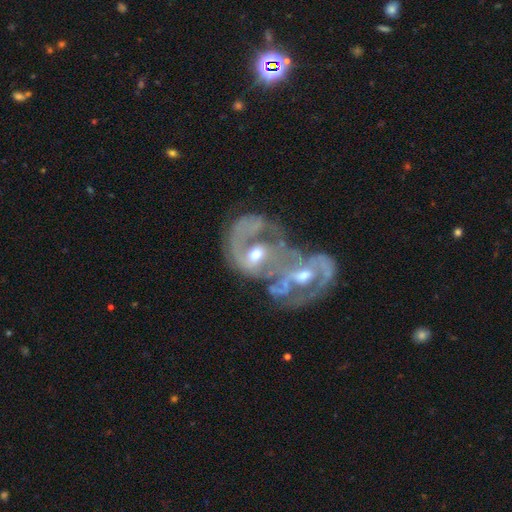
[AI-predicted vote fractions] This appears to be a featured or disk galaxy (77%) with no bar (60%), 2 (39%) medium (43%) spiral arms (72%) and a moderate central bulge (67%). Merging: merger (79%).